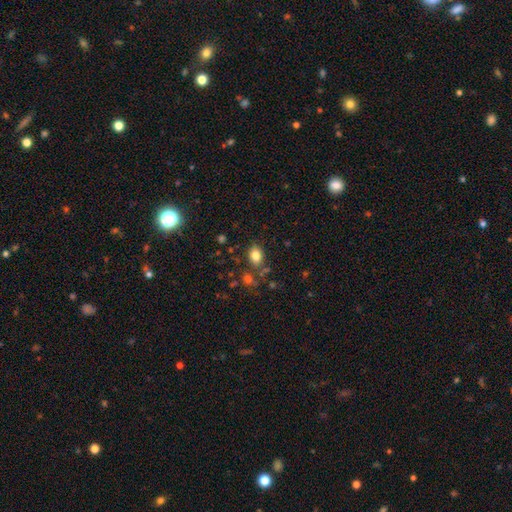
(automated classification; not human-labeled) This is clearly a smooth galaxy (81%). How rounded: likely in between (66%). Merging: likely none (75%).